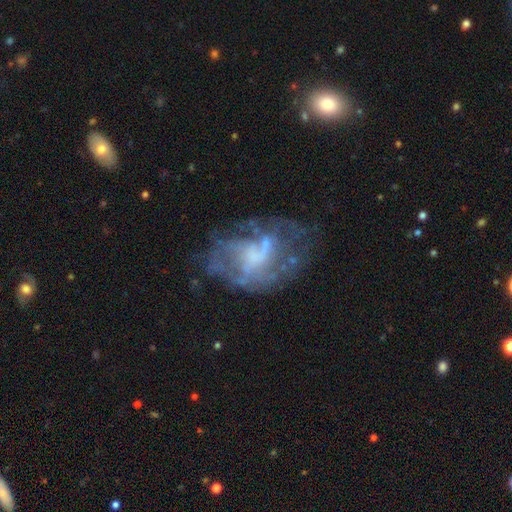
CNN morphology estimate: This is likely a featured or disk galaxy (70%). It is clearly not viewed edge-on (97%). Bar: likely no (66%). Spiral arm pattern: possibly yes (50%, tied with no). Central bulge: possibly none (46%). Merging: marginally none (43%).